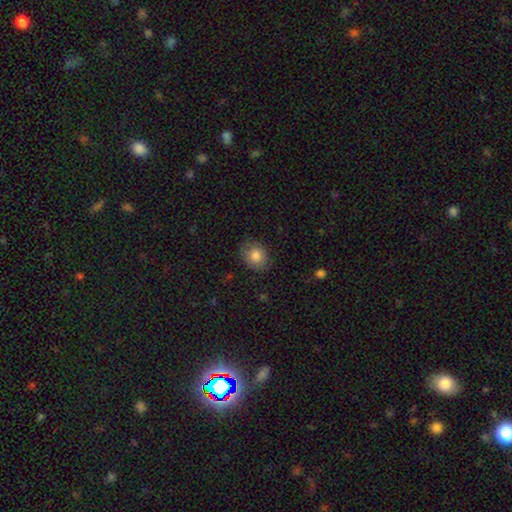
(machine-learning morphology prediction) This appears to be a smooth galaxy with no disk features (83%) that is round (53%). Merging: none (81%).